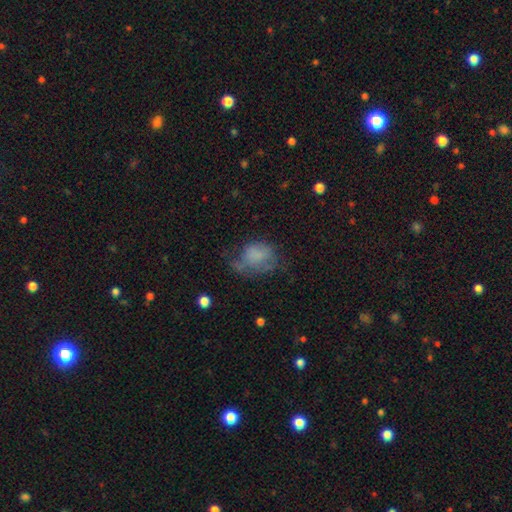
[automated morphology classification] This appears to be a smooth galaxy with no disk features (61%) that is in between round and cigar-shaped (64%). Merging: major disturbance (38%).